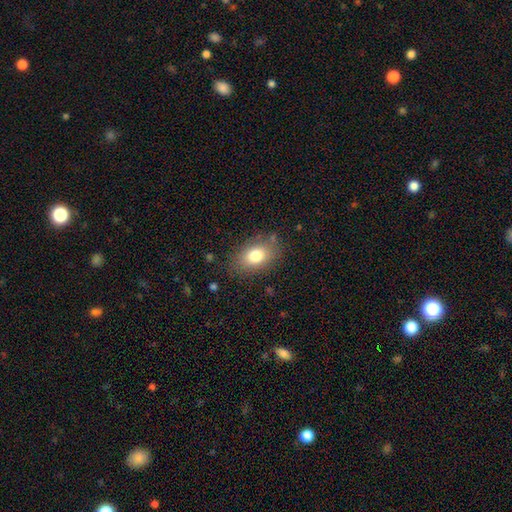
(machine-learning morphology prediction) Smooth or featured? Predicted: smooth (p=0.78). How rounded? Predicted: in between (p=0.80). Merging? Predicted: none (p=0.81).